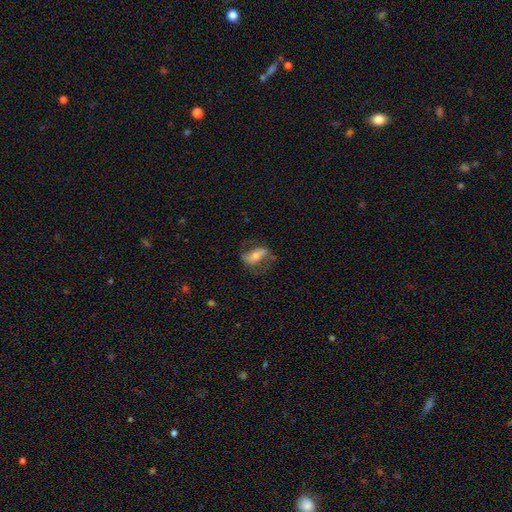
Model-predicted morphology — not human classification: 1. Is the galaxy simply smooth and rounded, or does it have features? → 64% featured or disk, 29% smooth, 8% star or artifact.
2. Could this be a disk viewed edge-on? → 90% no, 10% yes.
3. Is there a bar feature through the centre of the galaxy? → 50% strong, 27% weak, 23% no.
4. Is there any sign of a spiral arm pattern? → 81% yes, 19% no.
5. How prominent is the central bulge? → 54% moderate, 34% small, 8% large, 2% none, 2% dominant.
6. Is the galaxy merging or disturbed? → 68% none, 17% minor disturbance, 13% major disturbance, 2% merger.